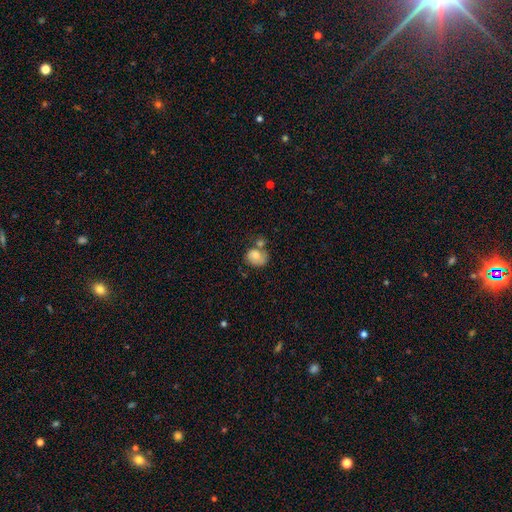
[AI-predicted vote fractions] A smooth galaxy with no disk features (69%) that is round (57%). Merging: none (45%).